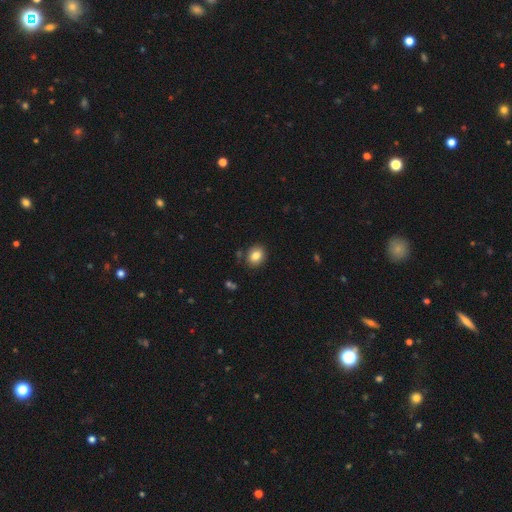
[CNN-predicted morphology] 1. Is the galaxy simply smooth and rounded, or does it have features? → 84% smooth, 9% star or artifact, 7% featured or disk.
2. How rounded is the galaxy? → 58% round, 41% in between, 1% cigar-shaped.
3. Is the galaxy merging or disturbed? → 86% none, 9% minor disturbance, 3% merger, 2% major disturbance.